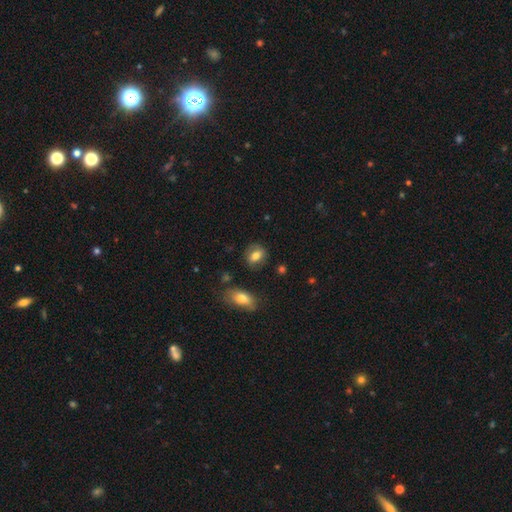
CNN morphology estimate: This appears to be a smooth galaxy with no disk features (73%) that is in between round and cigar-shaped (58%). Merging: none (80%).